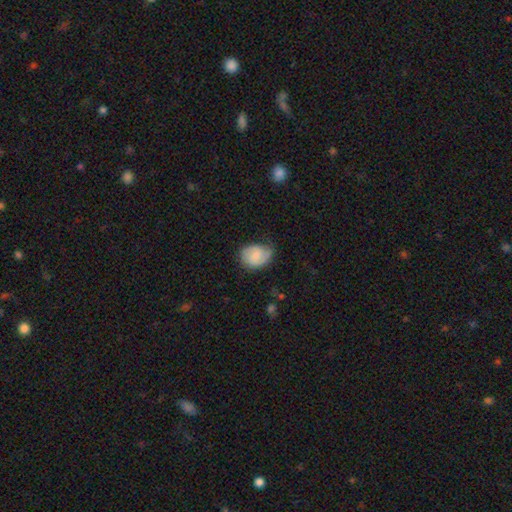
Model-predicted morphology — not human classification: smooth-or-featured: smooth: 63% | featured or disk: 29% | star or artifact: 8%
  how-rounded: in between: 57% | round: 42% | cigar-shaped: 1%
  merging: none: 52% | minor disturbance: 34% | major disturbance: 12% | merger: 2%